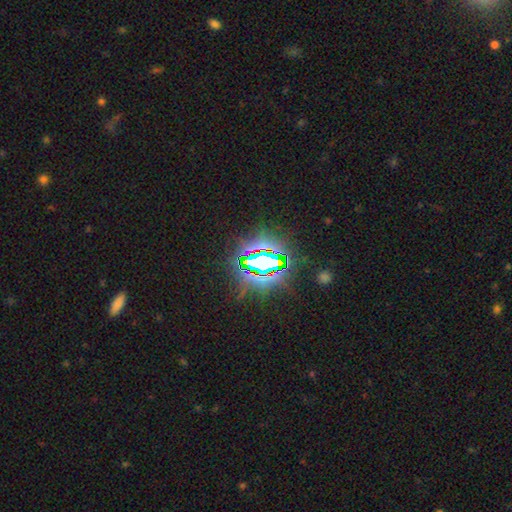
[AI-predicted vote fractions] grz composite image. It shows a star or artifact, not a galaxy (78%).